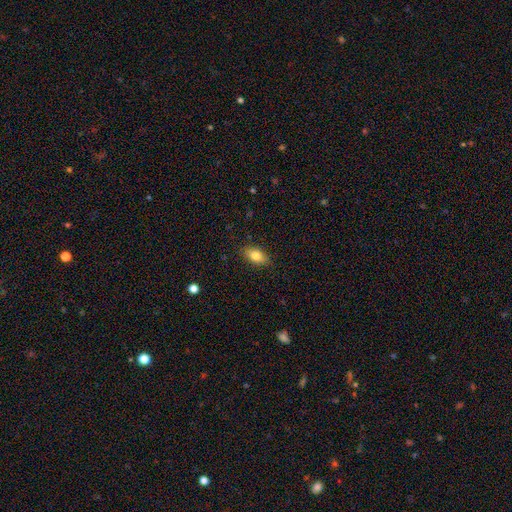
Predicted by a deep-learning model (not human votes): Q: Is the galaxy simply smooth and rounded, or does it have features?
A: smooth — 82%.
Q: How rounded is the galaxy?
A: in between — 88%.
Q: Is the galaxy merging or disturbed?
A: none — 86%.